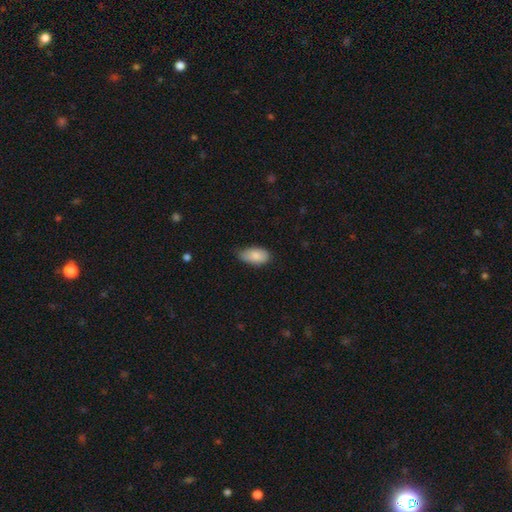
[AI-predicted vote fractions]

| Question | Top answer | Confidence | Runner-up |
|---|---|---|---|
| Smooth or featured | smooth | 85% | featured or disk (9%) |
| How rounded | in between | 94% | round (3%) |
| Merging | none | 59% | minor disturbance (34%) |